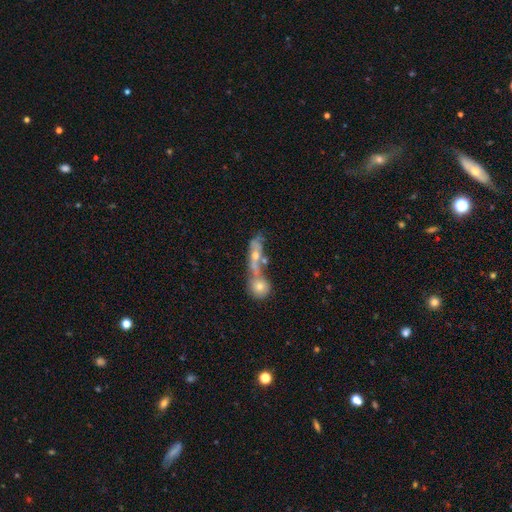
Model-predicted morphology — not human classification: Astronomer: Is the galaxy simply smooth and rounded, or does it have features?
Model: smooth — 44% (runner-up: featured or disk, 32%).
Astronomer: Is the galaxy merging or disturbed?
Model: merger — 51% (runner-up: none, 32%).